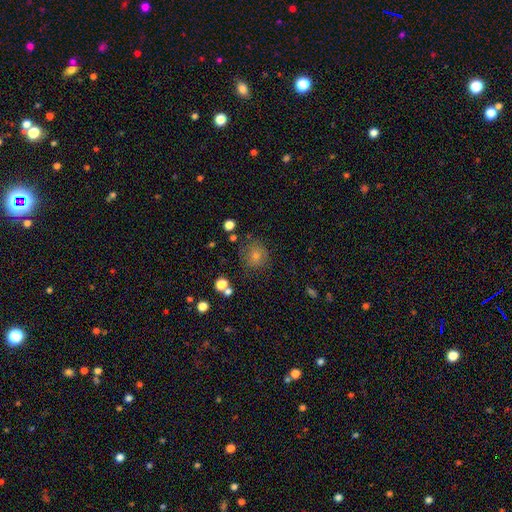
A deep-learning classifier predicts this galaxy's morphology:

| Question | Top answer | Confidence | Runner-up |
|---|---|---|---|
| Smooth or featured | smooth | 61% | star or artifact (25%) |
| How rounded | round | 84% | in between (15%) |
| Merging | none | 79% | minor disturbance (13%) |